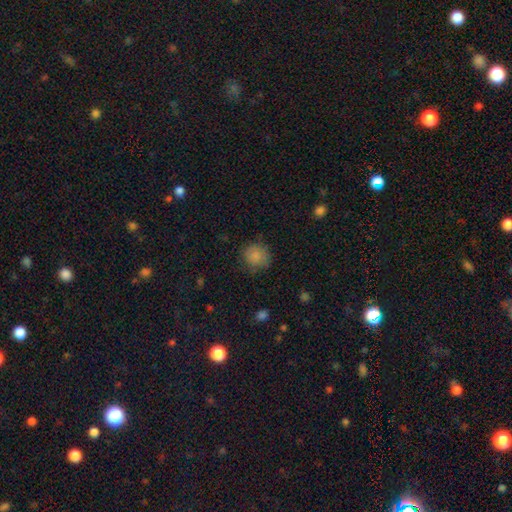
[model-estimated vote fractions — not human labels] Smooth or featured? Predicted: smooth (p=0.85). How rounded? Predicted: round (p=0.87). Merging? Predicted: none (p=0.77).